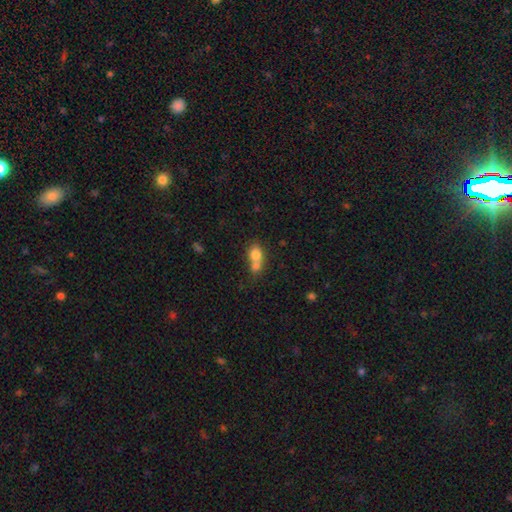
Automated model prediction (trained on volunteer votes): This is likely a smooth galaxy (74%). How rounded: possibly in between (50%). Merging: likely merger (65%).